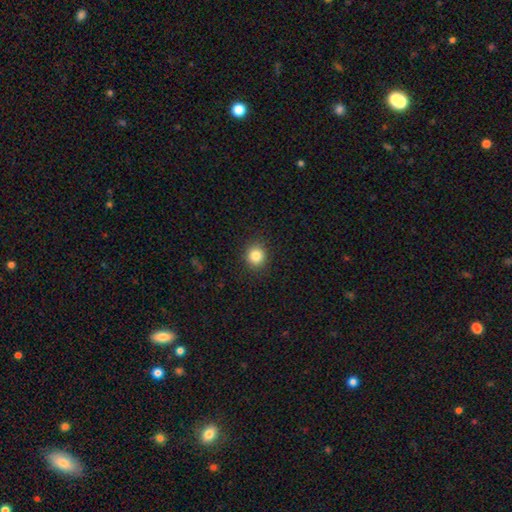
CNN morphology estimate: Q: Smooth or featured?
A: smooth (83%); runner-up: star or artifact (11%)
Q: How rounded?
A: round (87%); runner-up: in between (12%)
Q: Merging?
A: none (91%); runner-up: minor disturbance (6%)